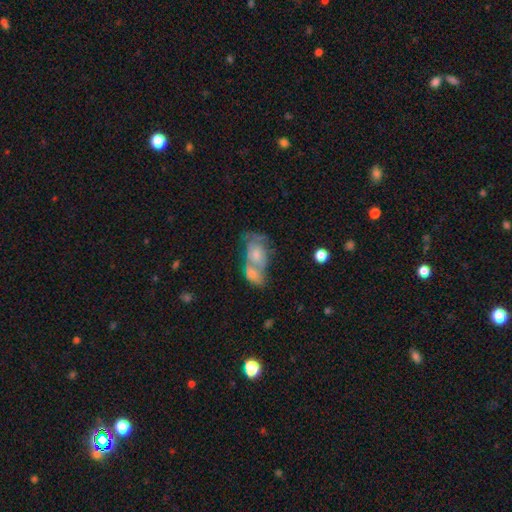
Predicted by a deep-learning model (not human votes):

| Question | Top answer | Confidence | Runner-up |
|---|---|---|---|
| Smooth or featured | smooth | 47% | featured or disk (43%) |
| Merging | merger | 66% | none (16%) |